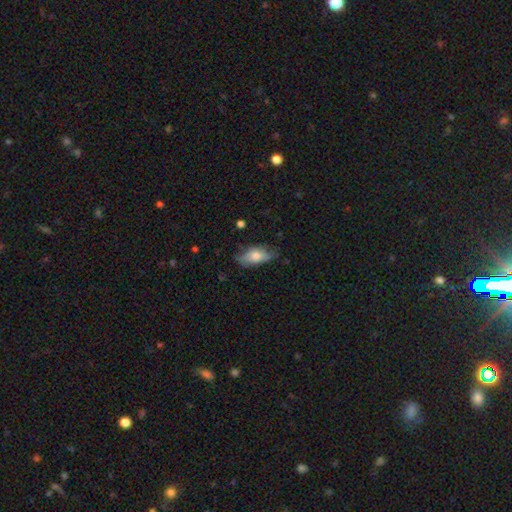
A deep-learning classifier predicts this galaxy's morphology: This is likely a smooth galaxy (66%). How rounded: clearly in between (85%). Merging: likely none (65%).